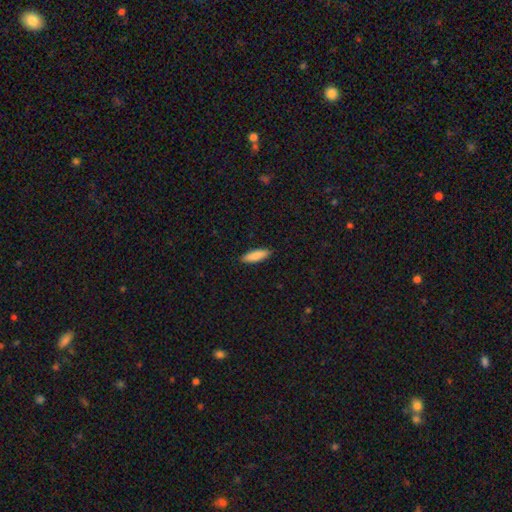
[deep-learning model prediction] smooth-or-featured: smooth: 87% | featured or disk: 7% | star or artifact: 6%
  how-rounded: in between: 50% | cigar-shaped: 48% | round: 2%
  merging: none: 90% | minor disturbance: 7% | major disturbance: 2% | merger: 1%